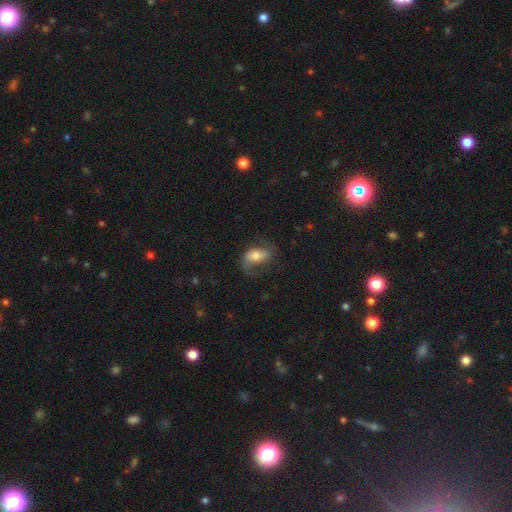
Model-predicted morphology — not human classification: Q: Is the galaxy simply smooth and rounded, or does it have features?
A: featured or disk — 54%.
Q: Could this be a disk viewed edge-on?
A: no — 94%.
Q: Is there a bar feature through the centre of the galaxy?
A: no — 42%.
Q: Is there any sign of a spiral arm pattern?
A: yes — 83%.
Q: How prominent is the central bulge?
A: moderate — 57%.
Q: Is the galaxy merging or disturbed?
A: none — 55%.